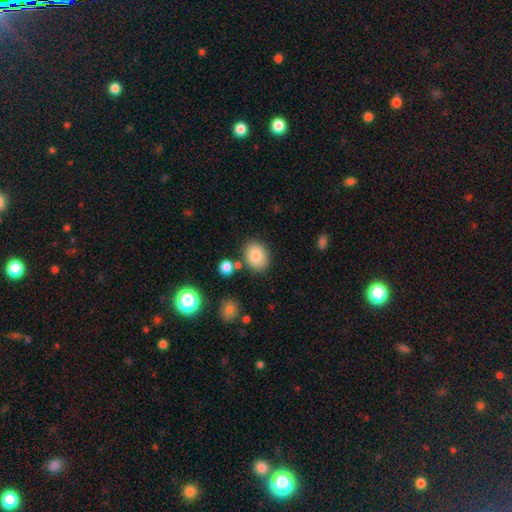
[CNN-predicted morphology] A smooth galaxy with no disk features (83%) that is in between round and cigar-shaped (61%).

Vote fractions:
- Smooth or featured? smooth: 83% / star or artifact: 9% / featured or disk: 8%
- How rounded? in between: 61% / round: 38% / cigar-shaped: 1%
- Merging? none: 79% / minor disturbance: 11% / merger: 6% / major disturbance: 3%